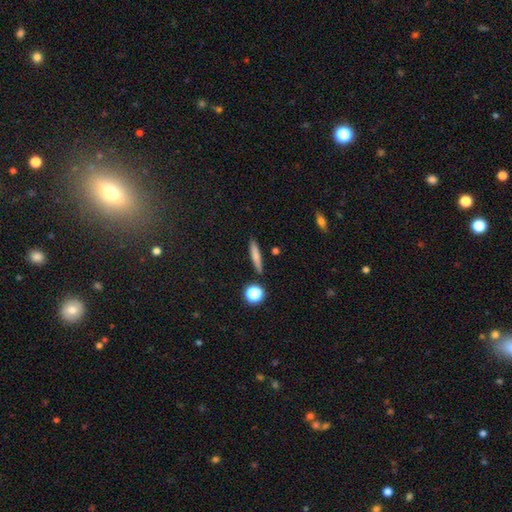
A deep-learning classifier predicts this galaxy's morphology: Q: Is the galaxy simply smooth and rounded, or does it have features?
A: smooth — 73%.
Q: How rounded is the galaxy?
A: cigar-shaped — 87%.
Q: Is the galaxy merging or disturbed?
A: none — 87%.